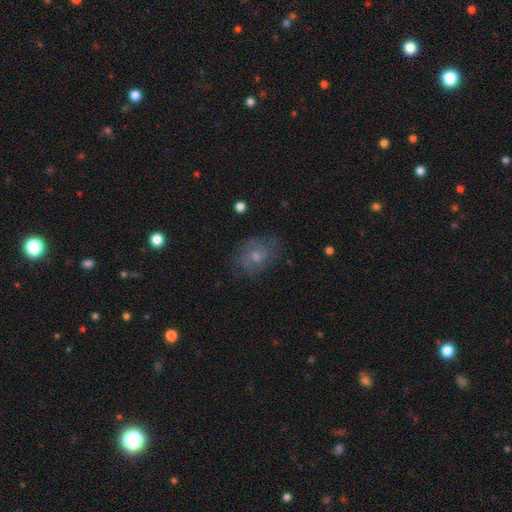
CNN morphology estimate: Smooth or featured? Predicted: featured or disk (p=0.49). Merging? Predicted: none (p=0.68).